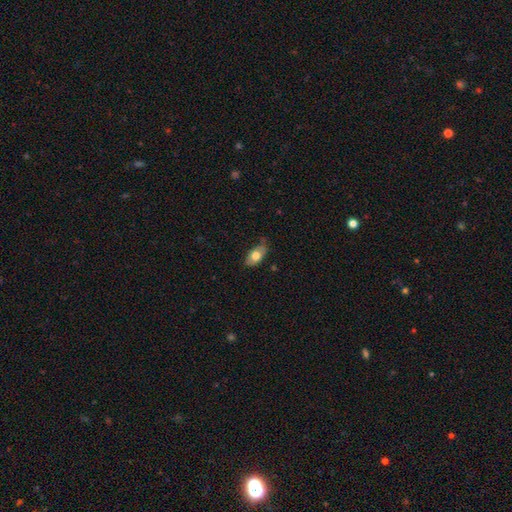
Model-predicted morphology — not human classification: This is likely a smooth galaxy (70%). How rounded: clearly in between (90%). Merging: likely none (69%).